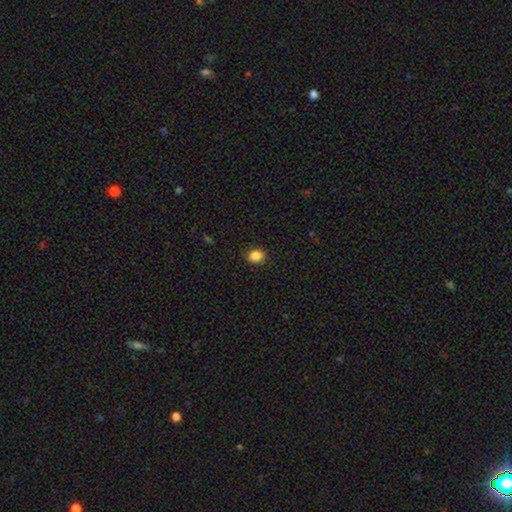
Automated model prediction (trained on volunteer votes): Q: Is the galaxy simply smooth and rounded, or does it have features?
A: smooth — 87%.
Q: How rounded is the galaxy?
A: in between — 56%.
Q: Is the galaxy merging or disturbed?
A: none — 89%.